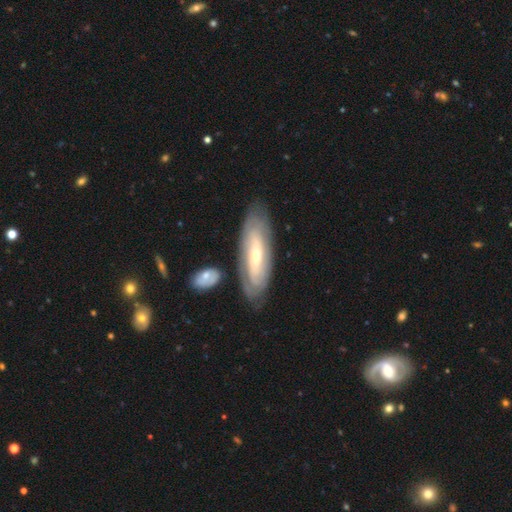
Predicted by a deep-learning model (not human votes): featured or disk 68%, smooth 26%, star or artifact 6%. Down the decision tree: edge-on disk — no (79%); bar — no (56%); spiral arms — yes (74%); bulge size — small (54%); merging — none (77%).